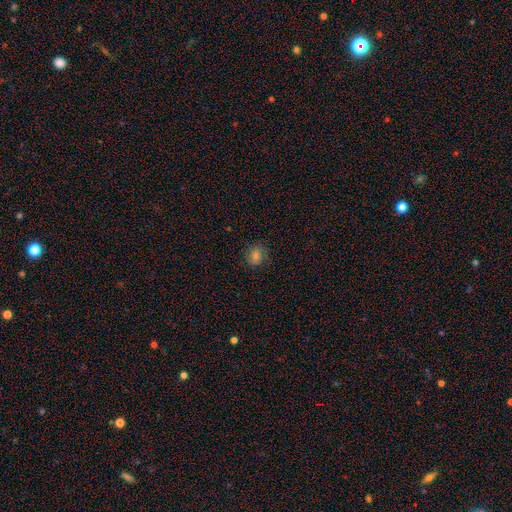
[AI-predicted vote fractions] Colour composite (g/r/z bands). It shows a smooth galaxy with no disk features (70%) that is round (72%). Merging: none (83%).